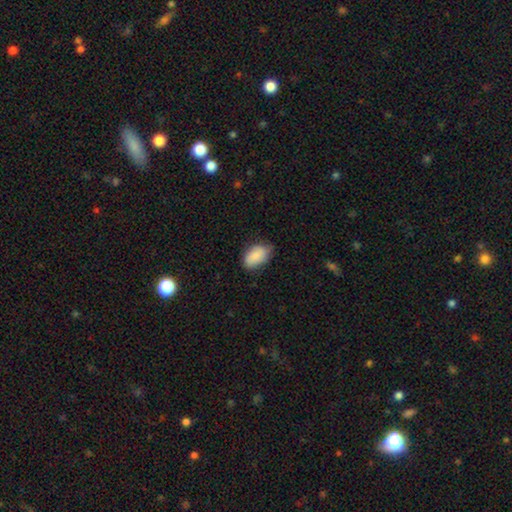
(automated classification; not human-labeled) A smooth galaxy with no disk features (87%) that is in between round and cigar-shaped (91%).

Vote fractions:
- Smooth or featured? smooth: 87% / featured or disk: 7% / star or artifact: 6%
- How rounded? in between: 91% / round: 8% / cigar-shaped: 1%
- Merging? none: 71% / minor disturbance: 24% / major disturbance: 4% / merger: 1%